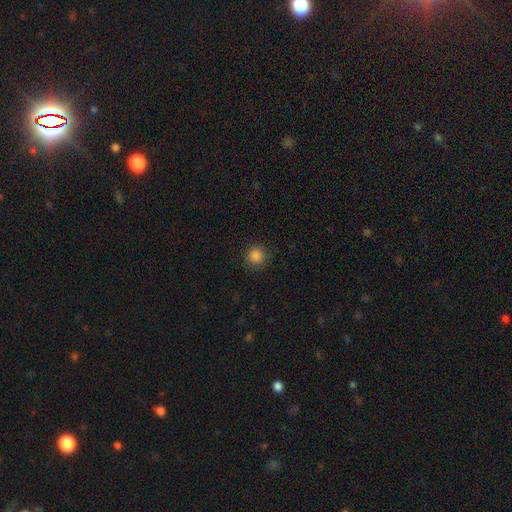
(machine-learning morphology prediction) This appears to be a smooth galaxy with no disk features (85%) that is round (93%). Merging: none (89%).